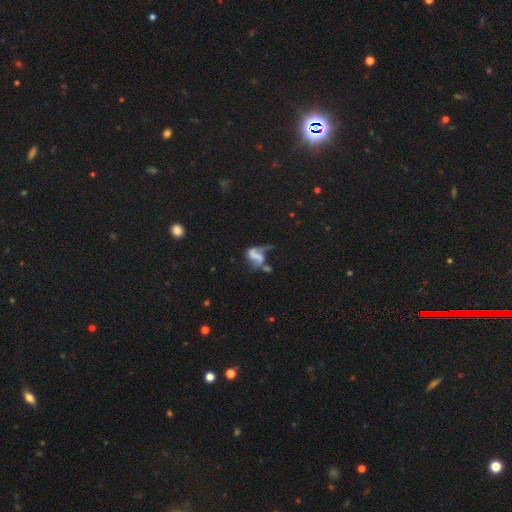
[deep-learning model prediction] This is likely a featured or disk galaxy (62%). It is clearly not viewed edge-on (96%). Bar: marginally no (43%). Spiral arm pattern: likely yes (72%). Central bulge: possibly none (60%). Merging: marginally major disturbance (34%).